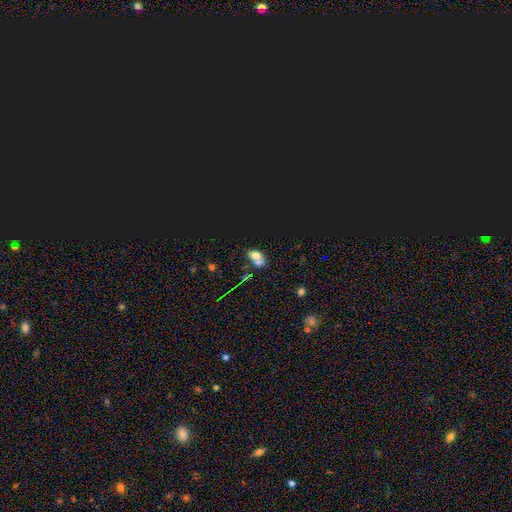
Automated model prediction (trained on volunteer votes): Smooth or featured?
  - smooth: 55% *
  - star or artifact: 25%
  - featured or disk: 20%
How rounded?
  - in between: 75% *
  - round: 22%
  - cigar-shaped: 3%
Merging?
  - merger: 48% *
  - none: 34%
  - minor disturbance: 12%
  - major disturbance: 7%